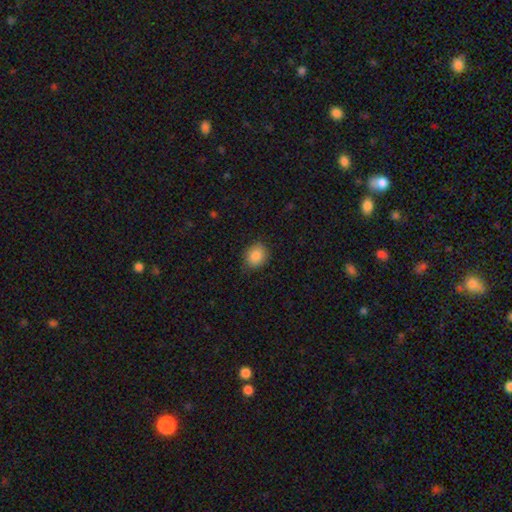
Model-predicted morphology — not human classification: smooth_or_featured: smooth (p=0.87) [alt: star or artifact p=0.08]
how_rounded: round (p=0.59) [alt: in between p=0.40]
merging: none (p=0.82) [alt: minor disturbance p=0.14]